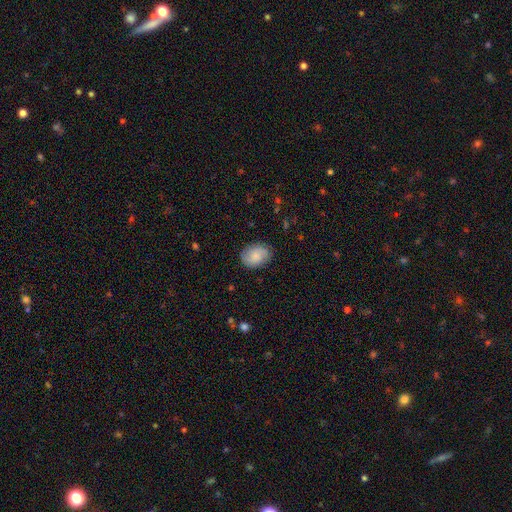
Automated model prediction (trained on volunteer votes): A smooth galaxy with no disk features (73%) that is in between round and cigar-shaped (67%).

Vote fractions:
- Smooth or featured? smooth: 73% / featured or disk: 19% / star or artifact: 7%
- How rounded? in between: 67% / round: 32% / cigar-shaped: 1%
- Merging? none: 83% / minor disturbance: 13% / major disturbance: 3% / merger: 1%